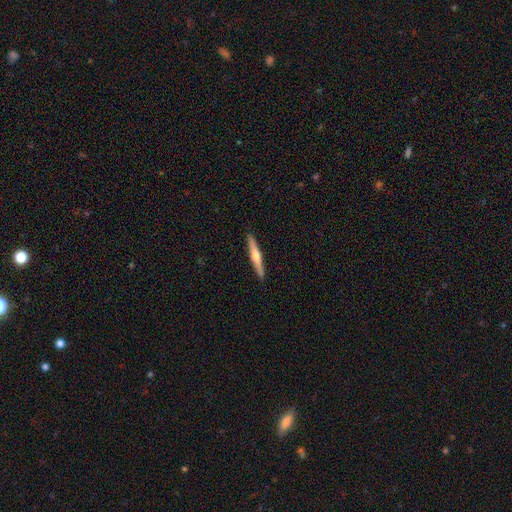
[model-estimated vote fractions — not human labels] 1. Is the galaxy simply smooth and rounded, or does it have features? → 60% featured or disk, 35% smooth, 5% star or artifact.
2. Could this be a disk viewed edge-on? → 98% yes, 2% no.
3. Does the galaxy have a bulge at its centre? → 88% rounded, 7% none, 4% boxy.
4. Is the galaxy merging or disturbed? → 92% none, 6% minor disturbance, 1% major disturbance, 1% merger.